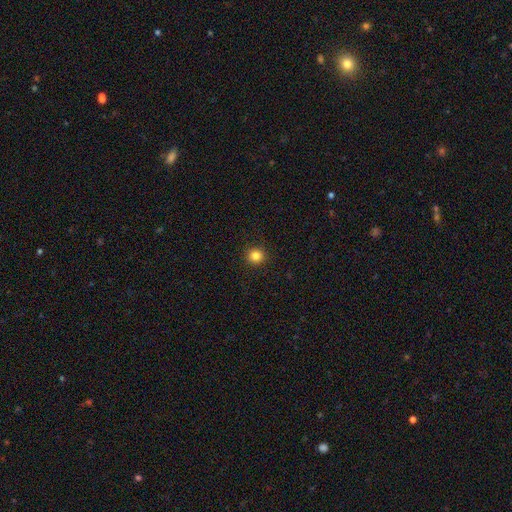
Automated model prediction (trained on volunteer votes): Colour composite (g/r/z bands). It shows a smooth galaxy with no disk features (83%) that is round (94%). Merging: none (93%).